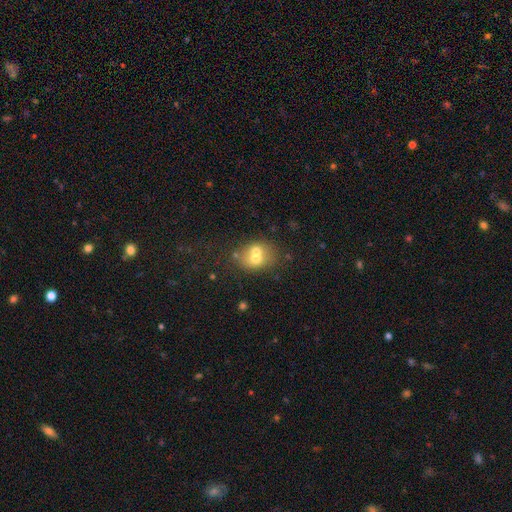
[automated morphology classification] The model was most divided on "how rounded": round: 56%, in between: 43%, cigar-shaped: 1%. More confident: smooth or featured — smooth (61%); merging — merger (56%).